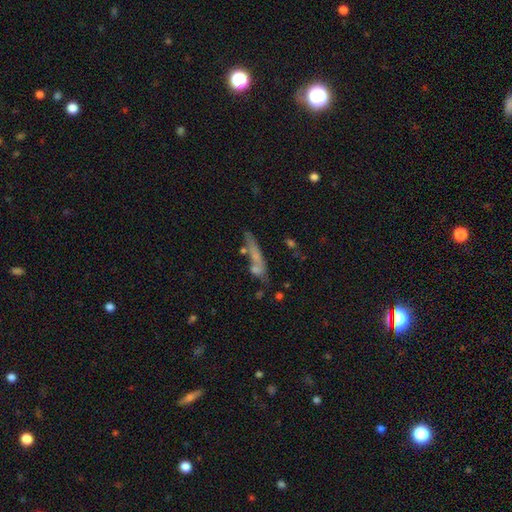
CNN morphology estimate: smooth_or_featured: smooth (p=0.53) [alt: featured or disk p=0.34]
how_rounded: cigar-shaped (p=0.82) [alt: in between p=0.15]
merging: none (p=0.54) [alt: minor disturbance p=0.19]